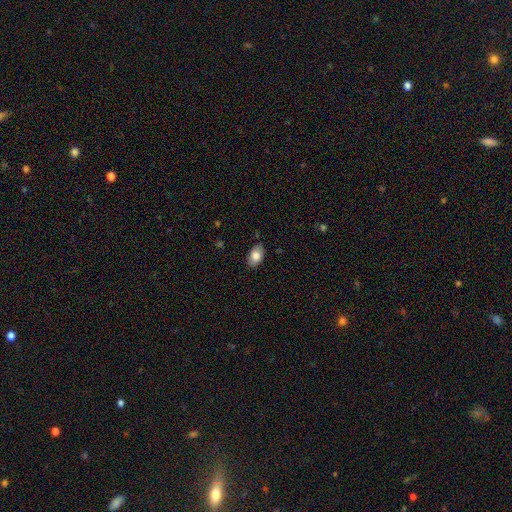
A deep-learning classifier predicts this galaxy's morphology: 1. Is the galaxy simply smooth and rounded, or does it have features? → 84% smooth, 9% featured or disk, 7% star or artifact.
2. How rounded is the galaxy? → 91% in between, 7% round, 2% cigar-shaped.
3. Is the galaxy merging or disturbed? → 82% none, 14% minor disturbance, 3% major disturbance, 1% merger.